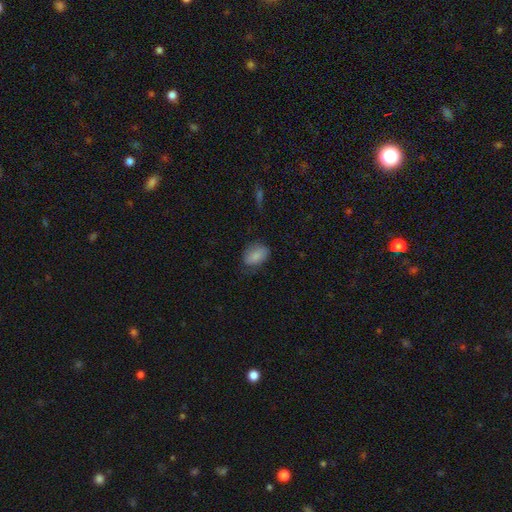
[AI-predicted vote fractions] A smooth galaxy with no disk features (83%) that is in between round and cigar-shaped (82%). Merging: none (62%).